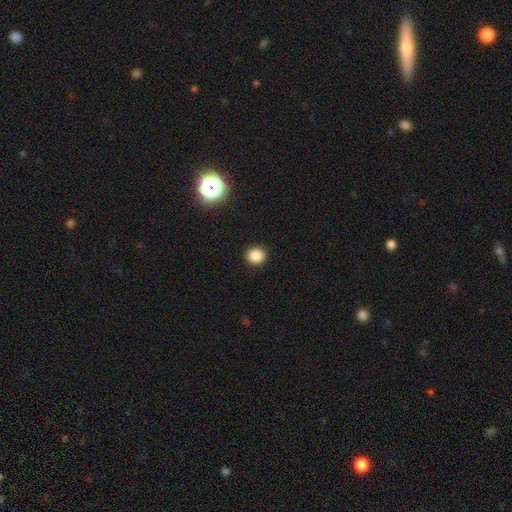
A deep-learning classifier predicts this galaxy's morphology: This appears to be a smooth galaxy with no disk features (85%) that is round (73%). Merging: none (91%).